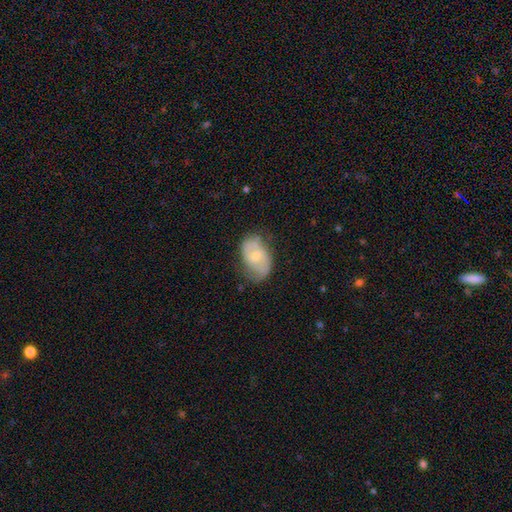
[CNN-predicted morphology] This is possibly a featured or disk galaxy (55%). It is clearly not viewed edge-on (96%). Bar: likely no (66%). Spiral arm pattern: likely yes (69%). Central bulge: possibly small (55%). Merging: possibly none (59%).